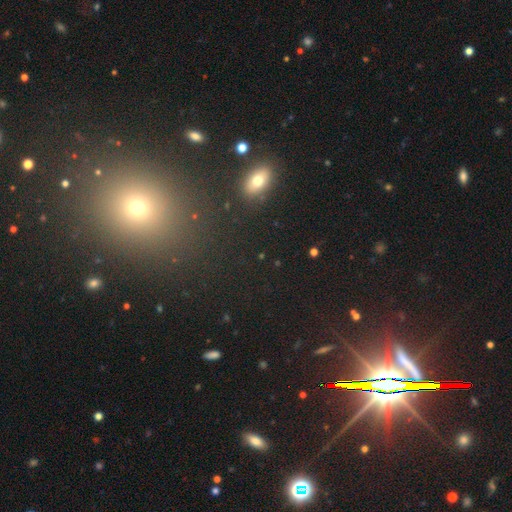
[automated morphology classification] Smooth or featured?
  - star or artifact: 56% *
  - smooth: 31%
  - featured or disk: 13%